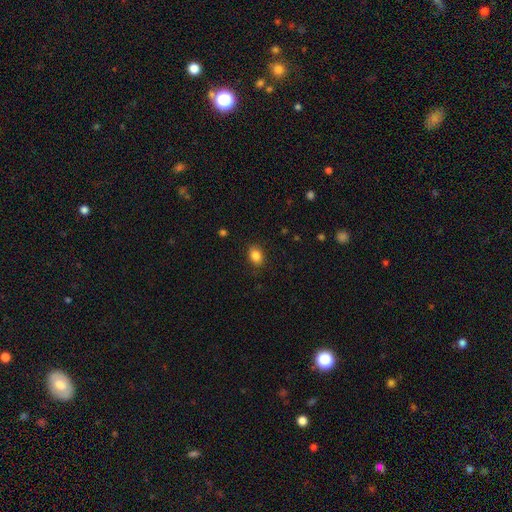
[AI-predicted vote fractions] smooth 86%, star or artifact 9%, featured or disk 5%. Down the decision tree: how rounded — in between (72%); merging — none (87%).